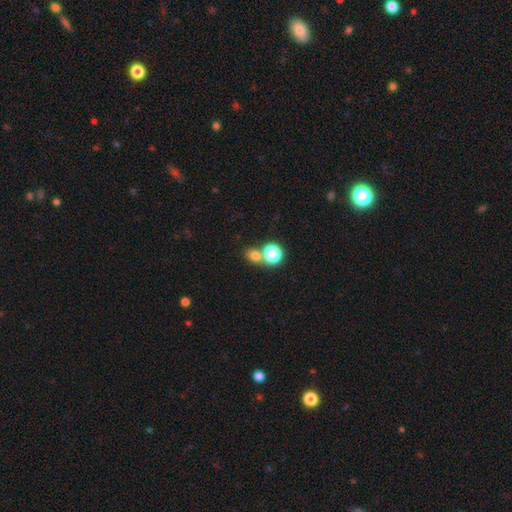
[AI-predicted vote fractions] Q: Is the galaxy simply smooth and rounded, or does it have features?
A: smooth — 71%.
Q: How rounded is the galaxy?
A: round — 64%.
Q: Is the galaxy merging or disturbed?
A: none — 53%.